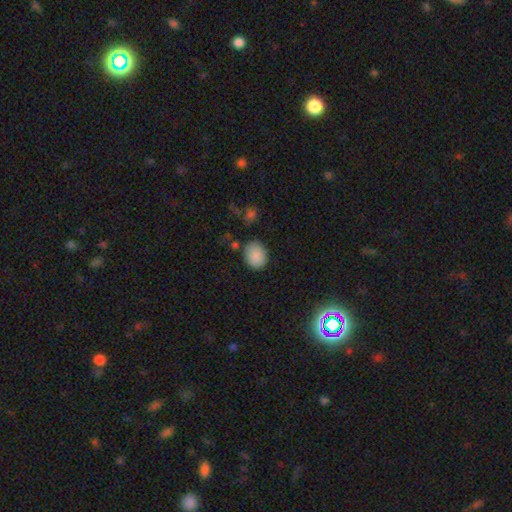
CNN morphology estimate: A smooth galaxy with no disk features (88%) that is in between round and cigar-shaped (51%).

Vote fractions:
- Smooth or featured? smooth: 88% / star or artifact: 9% / featured or disk: 4%
- How rounded? in between: 51% / round: 48% / cigar-shaped: 1%
- Merging? none: 79% / minor disturbance: 14% / merger: 4% / major disturbance: 4%